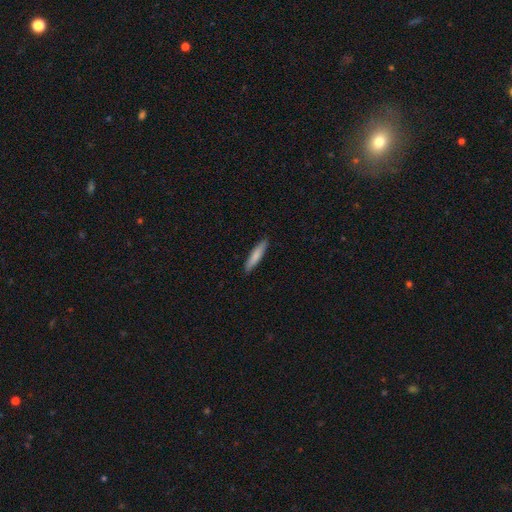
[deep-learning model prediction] Morphology: type=smooth (80%); roundness=cigar-shaped (88%); merging=none (90%).